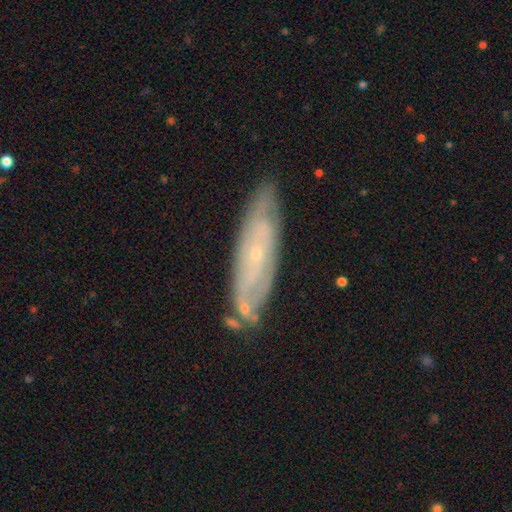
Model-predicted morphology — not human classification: Overall: featured or disk (73%). Edge-on disk: no (71%). Bar: no (71%). Spiral arms: yes (82%). Bulge size: small (84%). Merging: none (78%).